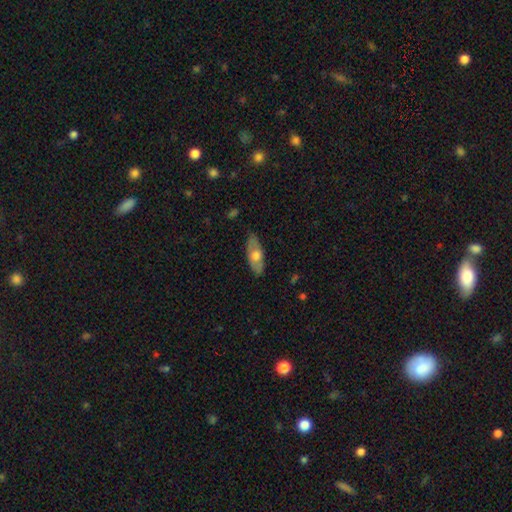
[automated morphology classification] A smooth galaxy with no disk features (56%) that is in between round and cigar-shaped (75%).

Vote fractions:
- Smooth or featured? smooth: 56% / featured or disk: 38% / star or artifact: 6%
- How rounded? in between: 75% / cigar-shaped: 22% / round: 3%
- Merging? none: 83% / minor disturbance: 14% / major disturbance: 2% / merger: 1%